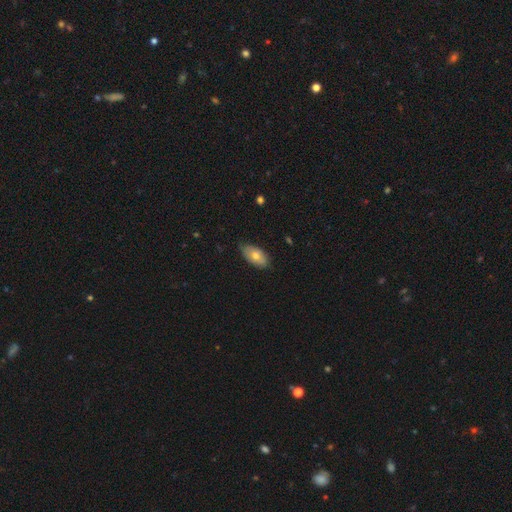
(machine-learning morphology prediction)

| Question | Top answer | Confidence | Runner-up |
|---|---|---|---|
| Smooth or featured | smooth | 68% | featured or disk (25%) |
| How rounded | in between | 92% | round (4%) |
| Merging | none | 78% | minor disturbance (18%) |